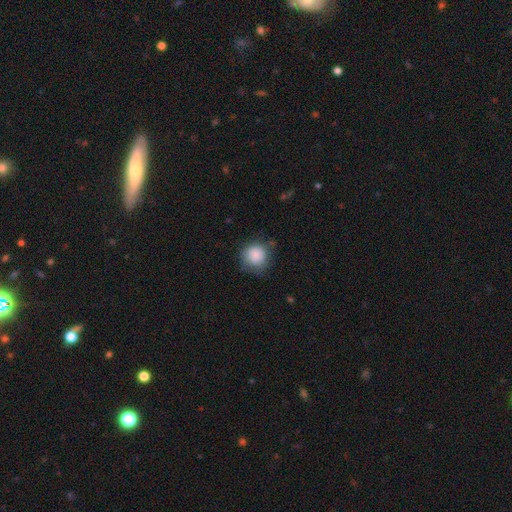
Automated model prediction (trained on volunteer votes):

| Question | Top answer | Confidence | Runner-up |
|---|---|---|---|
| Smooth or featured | smooth | 84% | featured or disk (8%) |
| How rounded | round | 89% | in between (10%) |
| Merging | none | 66% | minor disturbance (24%) |